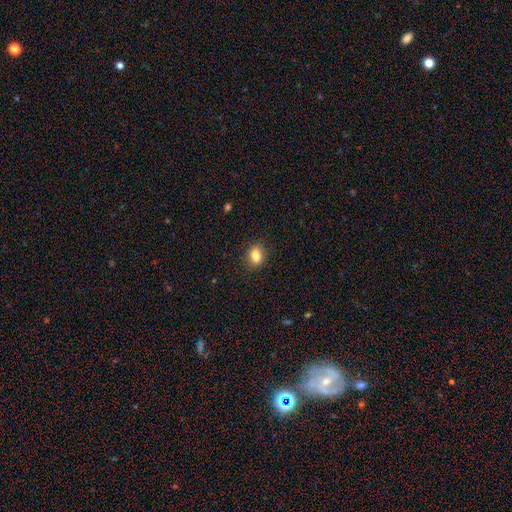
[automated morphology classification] This appears to be a smooth galaxy with no disk features (83%) that is in between round and cigar-shaped (59%). Merging: none (87%).